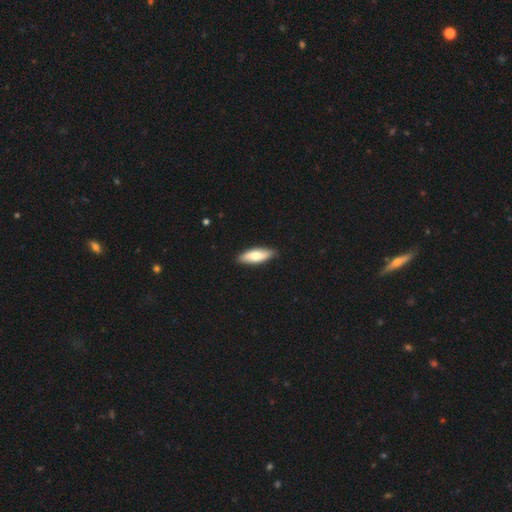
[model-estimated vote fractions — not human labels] Smooth or featured?
  - smooth: 71% *
  - featured or disk: 24%
  - star or artifact: 5%
How rounded?
  - in between: 64% *
  - cigar-shaped: 34%
  - round: 2%
Merging?
  - none: 88% *
  - minor disturbance: 9%
  - major disturbance: 1%
  - merger: 1%